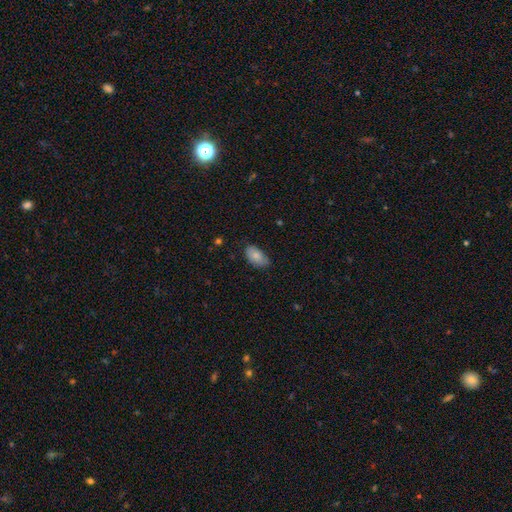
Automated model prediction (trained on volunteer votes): The model was most divided on "merging": none: 72%, minor disturbance: 23%, major disturbance: 3%, merger: 1%. More confident: how rounded — in between (94%); smooth or featured — smooth (82%).